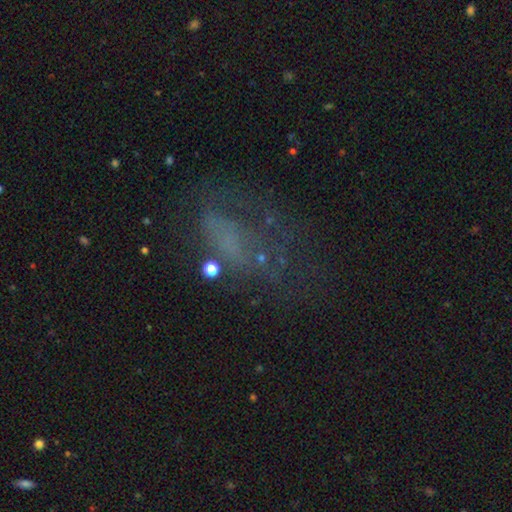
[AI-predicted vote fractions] Smooth or featured? Predicted: featured or disk (p=0.40). Merging? Predicted: none (p=0.40).